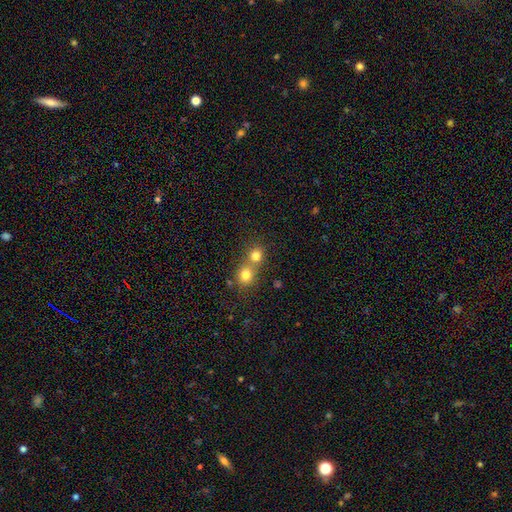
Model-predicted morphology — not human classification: This is likely a smooth galaxy (78%). How rounded: clearly round (84%). Merging: possibly merger (51%).